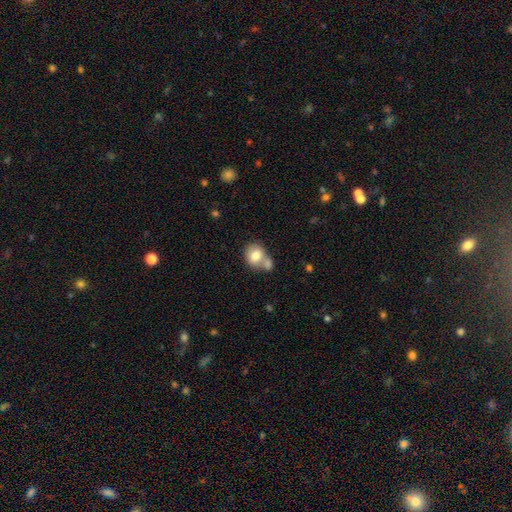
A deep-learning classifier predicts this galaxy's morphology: Overall: smooth (78%). How rounded: round (63%; in between 36%). Merging: merger (45%; none 41%).